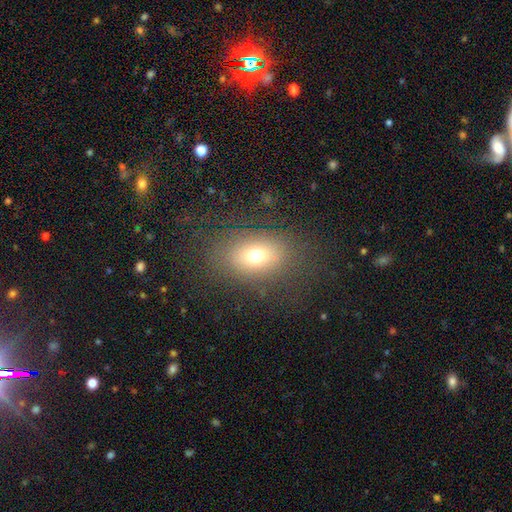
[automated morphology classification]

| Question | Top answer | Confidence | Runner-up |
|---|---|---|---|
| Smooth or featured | smooth | 69% | star or artifact (16%) |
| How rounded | in between | 67% | round (32%) |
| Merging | none | 78% | minor disturbance (12%) |